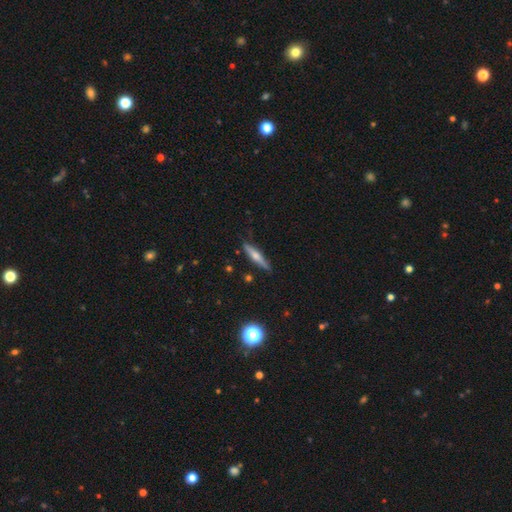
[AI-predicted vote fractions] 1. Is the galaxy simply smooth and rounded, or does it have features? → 49% featured or disk, 43% smooth, 7% star or artifact.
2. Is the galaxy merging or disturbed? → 85% none, 11% minor disturbance, 2% major disturbance, 2% merger.